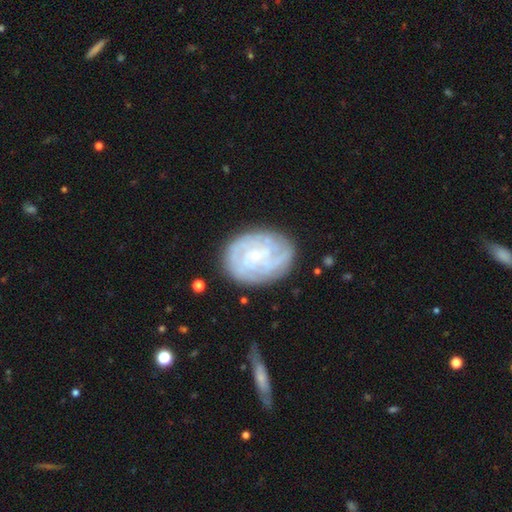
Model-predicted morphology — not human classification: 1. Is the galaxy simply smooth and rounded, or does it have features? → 77% featured or disk, 16% smooth, 7% star or artifact.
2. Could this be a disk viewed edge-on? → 97% no, 3% yes.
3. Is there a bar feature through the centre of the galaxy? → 73% no, 23% weak, 4% strong.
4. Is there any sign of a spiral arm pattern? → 93% yes, 7% no.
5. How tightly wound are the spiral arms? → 72% tight, 22% medium, 6% loose.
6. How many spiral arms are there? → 39% can't tell, 21% 4, 13% 3, 11% more than 4, 9% 2, 6% 1.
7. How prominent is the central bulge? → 79% small, 15% moderate, 4% none, 1% large, 1% dominant.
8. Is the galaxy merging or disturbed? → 78% none, 16% minor disturbance, 5% major disturbance, 2% merger.